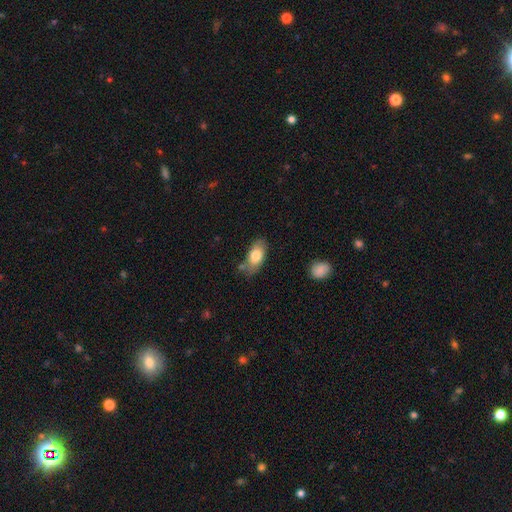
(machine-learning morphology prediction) A smooth galaxy with no disk features (79%) that is in between round and cigar-shaped (90%). Merging: none (70%).